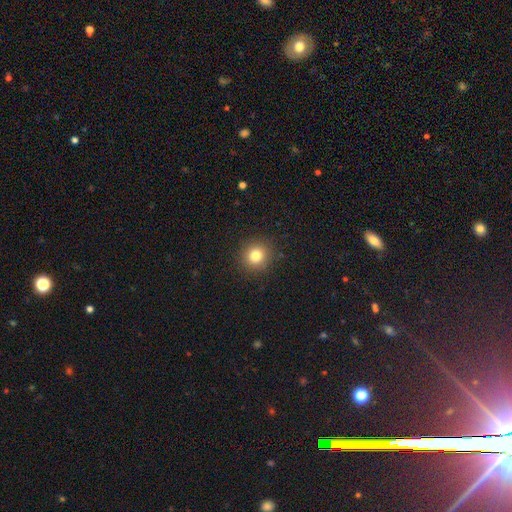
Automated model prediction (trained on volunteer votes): A smooth galaxy with no disk features (80%) that is round (90%). Merging: none (91%).